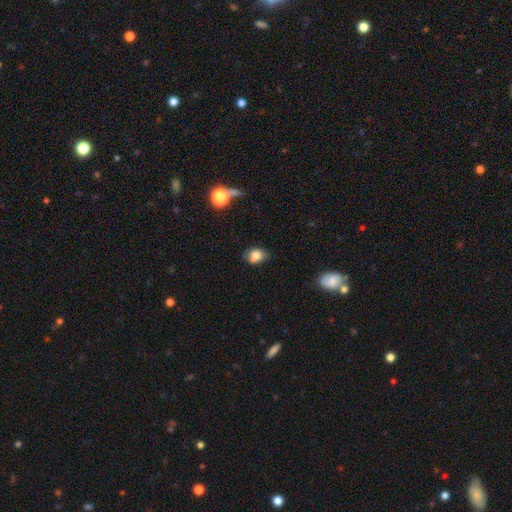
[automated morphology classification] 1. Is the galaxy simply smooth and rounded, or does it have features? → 77% smooth, 12% featured or disk, 11% star or artifact.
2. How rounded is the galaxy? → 64% in between, 35% round, 1% cigar-shaped.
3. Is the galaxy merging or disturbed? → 52% none, 23% minor disturbance, 19% merger, 6% major disturbance.